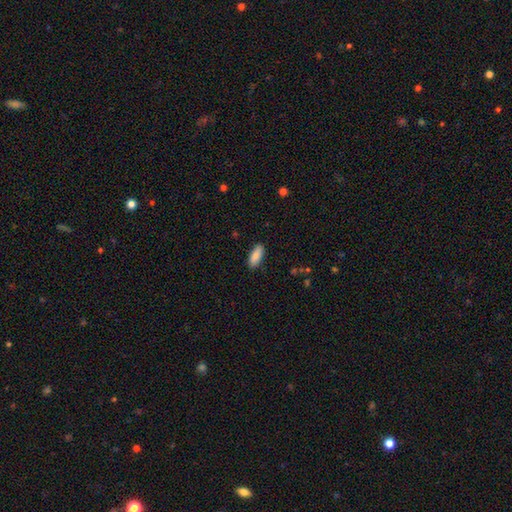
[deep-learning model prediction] Overall: smooth (87%). How rounded: in between (77%). Merging: none (87%).